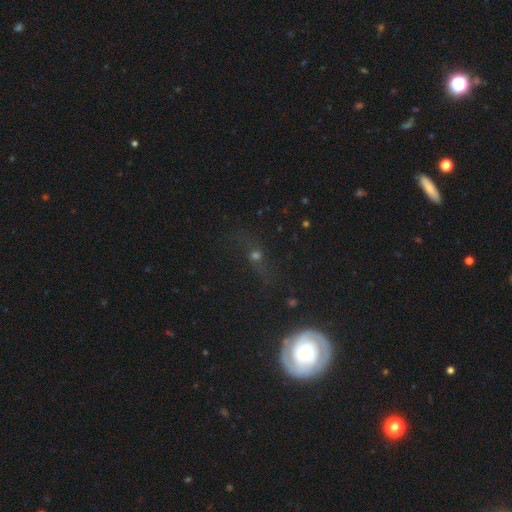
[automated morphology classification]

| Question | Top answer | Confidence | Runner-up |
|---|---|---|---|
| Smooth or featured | featured or disk | 42% | star or artifact (31%) |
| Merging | none | 62% | minor disturbance (16%) |